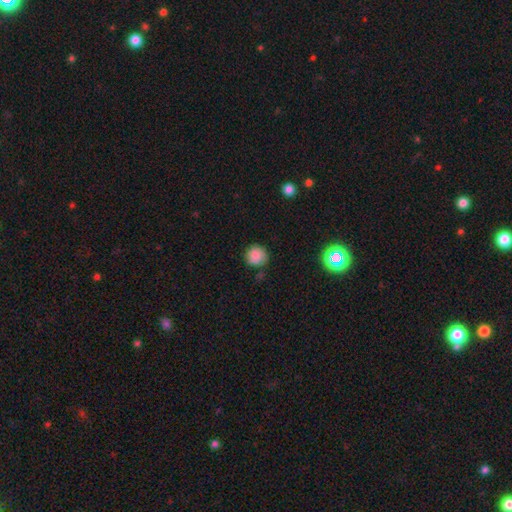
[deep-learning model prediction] Morphology: type=smooth (85%); roundness=round (92%); merging=none (79%).